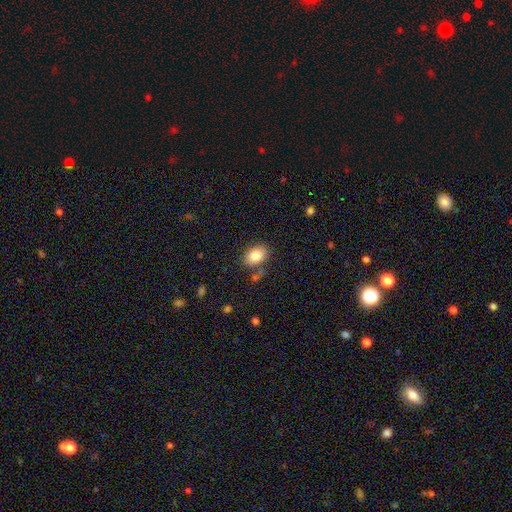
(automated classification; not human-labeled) smooth 84%, featured or disk 9%, star or artifact 8%. Down the decision tree: how rounded — in between (85%); merging — none (78%).